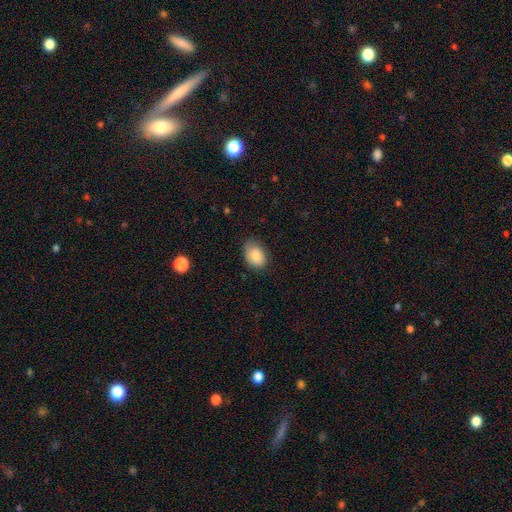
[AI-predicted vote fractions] The model was most divided on "merging": none: 72%, minor disturbance: 23%, major disturbance: 4%, merger: 1%. More confident: smooth or featured — smooth (84%); how rounded — in between (81%).